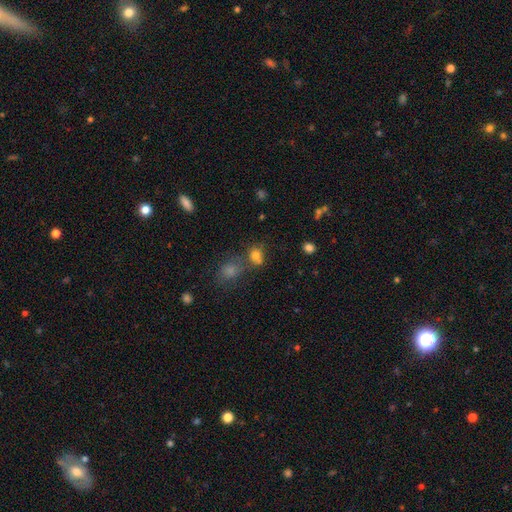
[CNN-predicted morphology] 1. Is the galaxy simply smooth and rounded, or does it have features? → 75% smooth, 16% star or artifact, 9% featured or disk.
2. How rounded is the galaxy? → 66% round, 32% in between, 1% cigar-shaped.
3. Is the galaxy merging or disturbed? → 49% none, 32% merger, 13% minor disturbance, 6% major disturbance.